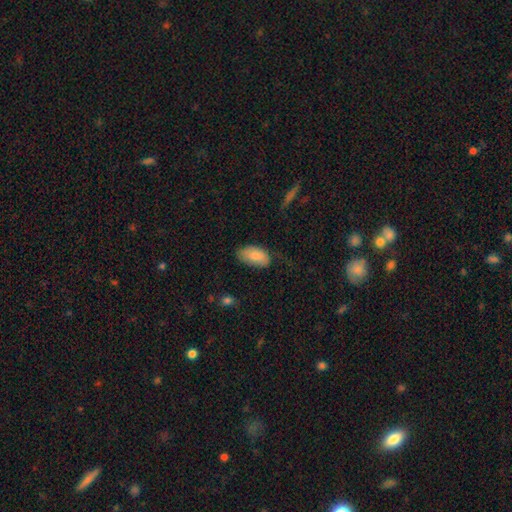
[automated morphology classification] Smooth or featured? Predicted: smooth (p=0.81). How rounded? Predicted: in between (p=0.95). Merging? Predicted: none (p=0.56).